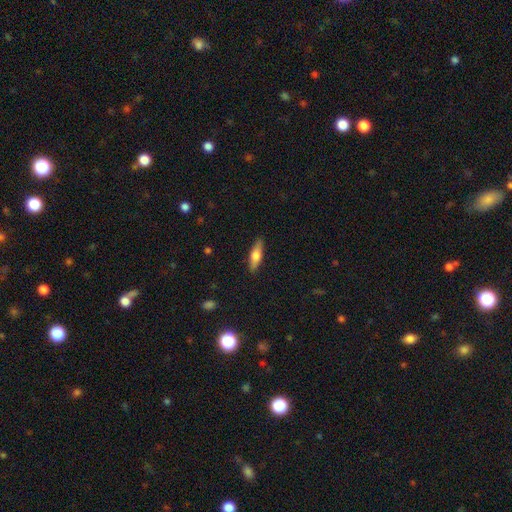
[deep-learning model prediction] The model was most divided on "how rounded": cigar-shaped: 60%, in between: 38%, round: 2%. More confident: merging — none (88%); smooth or featured — smooth (59%).